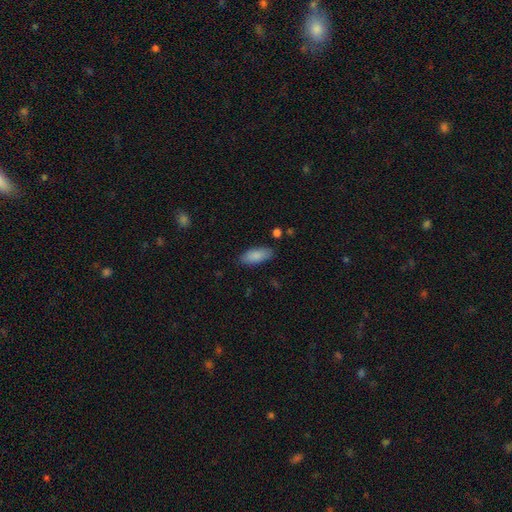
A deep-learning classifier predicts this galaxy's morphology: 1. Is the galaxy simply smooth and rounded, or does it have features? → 87% smooth, 6% featured or disk, 6% star or artifact.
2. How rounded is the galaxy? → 83% in between, 16% cigar-shaped, 2% round.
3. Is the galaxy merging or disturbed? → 84% none, 11% minor disturbance, 3% major disturbance, 2% merger.